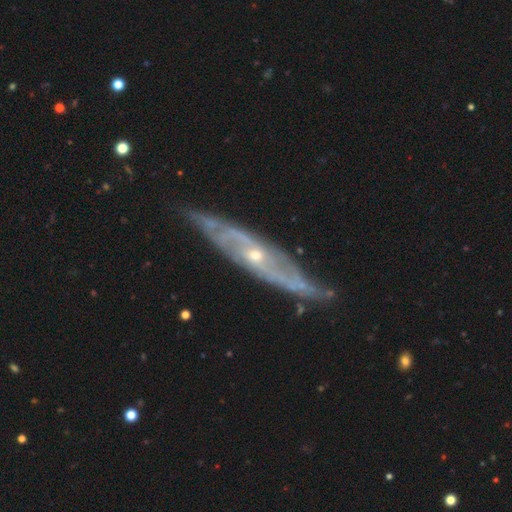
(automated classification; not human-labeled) Smooth or featured: featured or disk — 86% (smooth — 9%)
Edge-on disk: no — 61% (yes — 39%)
Bar: no — 66% (weak — 26%)
Spiral arms: yes — 90% (no — 10%)
Bulge size: small — 68% (moderate — 29%)
Merging: none — 77% (minor disturbance — 18%)